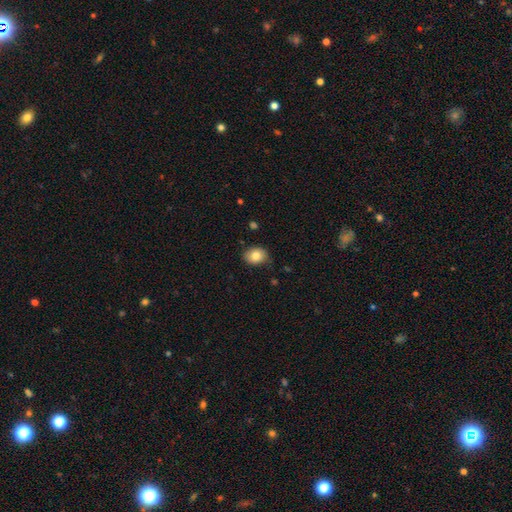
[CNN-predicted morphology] A smooth galaxy with no disk features (83%) that is in between round and cigar-shaped (51%).

Vote fractions:
- Smooth or featured? smooth: 83% / star or artifact: 9% / featured or disk: 8%
- How rounded? in between: 51% / round: 48% / cigar-shaped: 1%
- Merging? none: 79% / minor disturbance: 17% / major disturbance: 3% / merger: 1%